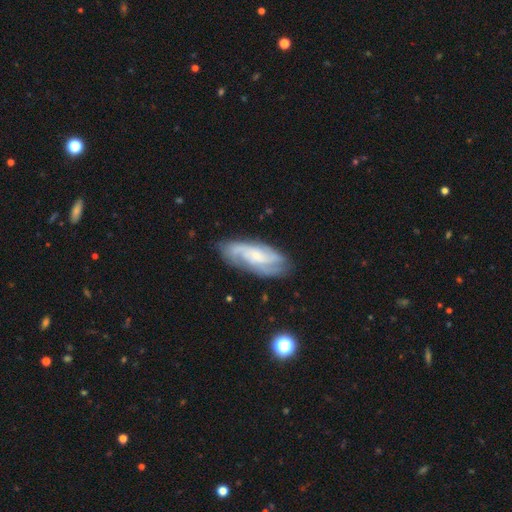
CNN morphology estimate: A featured or disk galaxy (76%) with no bar (62%), 2 (30%) tight (44%) spiral arms (94%) and a small central bulge (61%). Merging: none (75%).